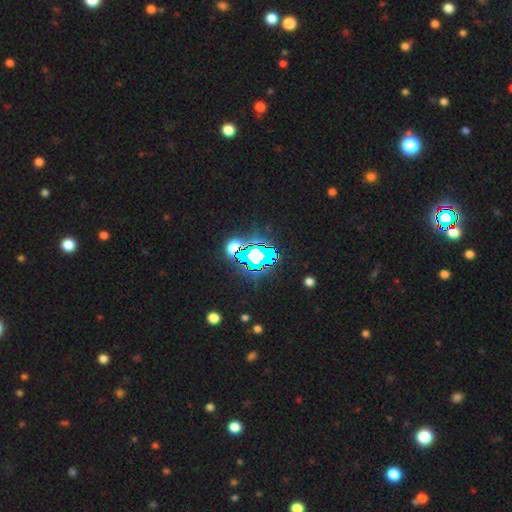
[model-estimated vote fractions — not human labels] The model was most divided on "smooth or featured": star or artifact: 66%, smooth: 18%, featured or disk: 16%.